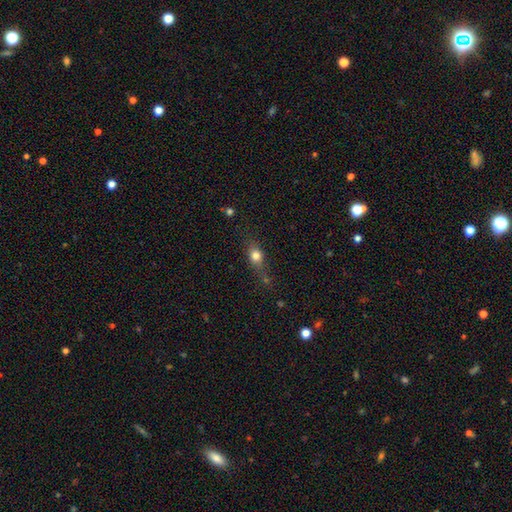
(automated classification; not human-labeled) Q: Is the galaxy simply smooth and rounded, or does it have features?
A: smooth — 75%.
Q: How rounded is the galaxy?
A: in between — 51%.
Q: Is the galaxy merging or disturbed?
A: none — 56%.